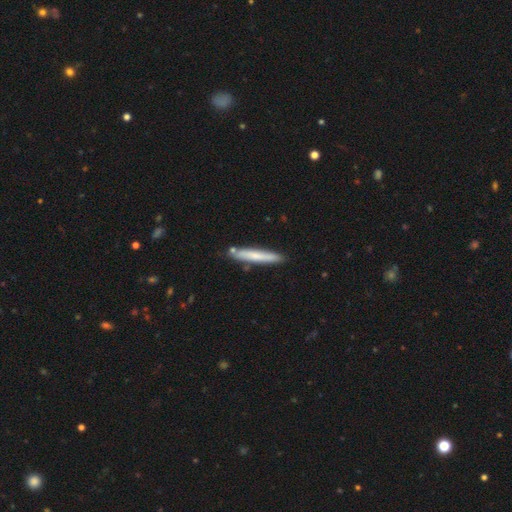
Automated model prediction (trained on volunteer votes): A smooth galaxy with no disk features (67%) that is cigar-shaped (94%). Merging: none (82%).